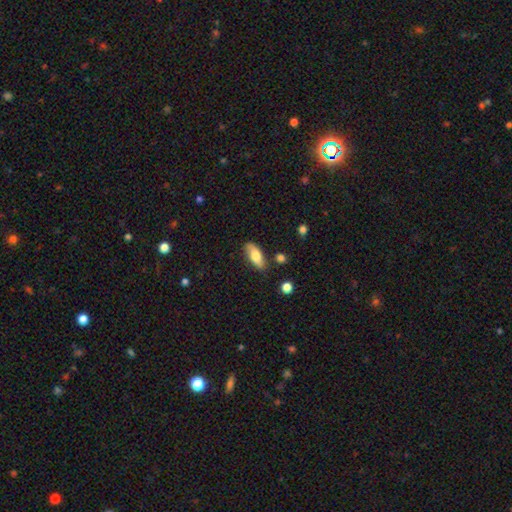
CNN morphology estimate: Smooth or featured? Predicted: smooth (p=0.73). How rounded? Predicted: in between (p=0.78). Merging? Predicted: none (p=0.77).